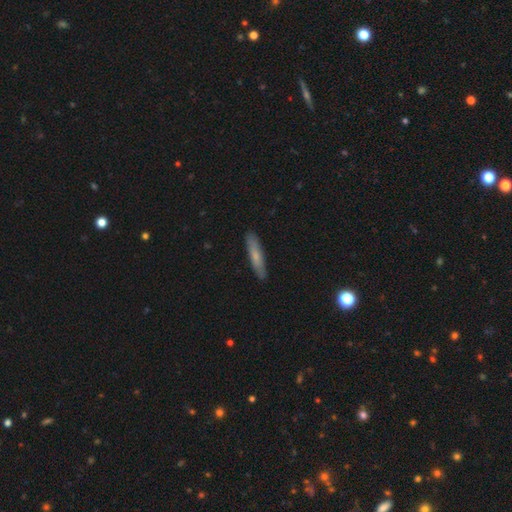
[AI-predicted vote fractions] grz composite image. It shows a smooth galaxy with no disk features (65%) that is cigar-shaped (87%). Merging: none (88%).